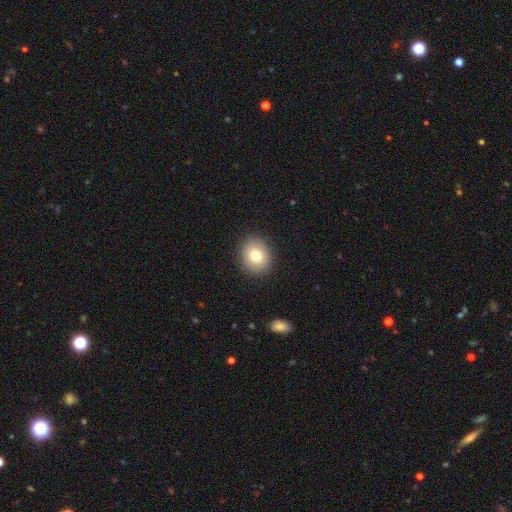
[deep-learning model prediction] Q: Smooth or featured?
A: smooth (77%); runner-up: featured or disk (15%)
Q: How rounded?
A: round (64%); runner-up: in between (35%)
Q: Merging?
A: none (88%); runner-up: minor disturbance (8%)